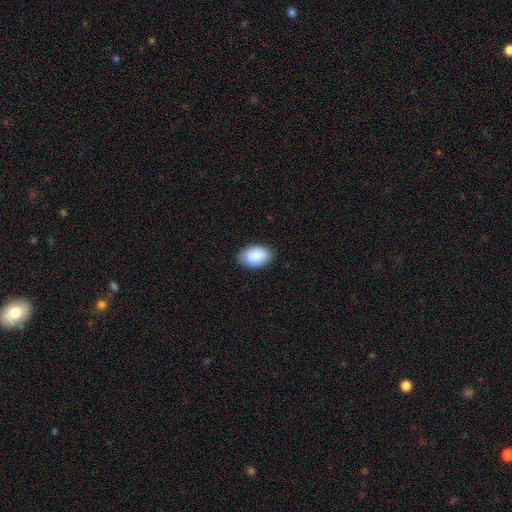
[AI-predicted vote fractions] Smooth or featured?
  - smooth: 90% *
  - star or artifact: 6%
  - featured or disk: 4%
How rounded?
  - in between: 92% *
  - round: 7%
  - cigar-shaped: 1%
Merging?
  - none: 84% *
  - minor disturbance: 13%
  - major disturbance: 2%
  - merger: 1%